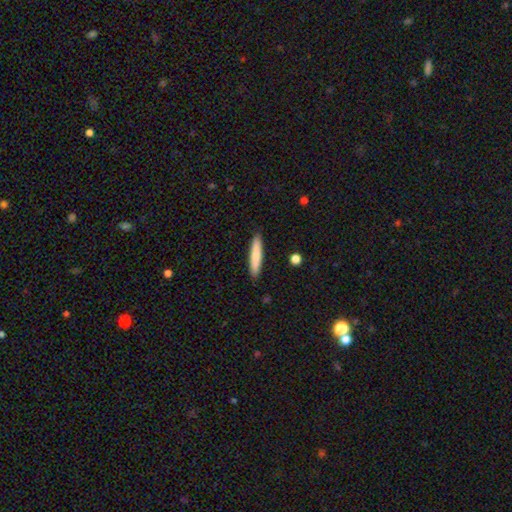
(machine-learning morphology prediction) smooth_or_featured: smooth (p=0.78) [alt: featured or disk p=0.17]
how_rounded: cigar-shaped (p=0.91) [alt: in between p=0.07]
merging: none (p=0.90) [alt: minor disturbance p=0.07]